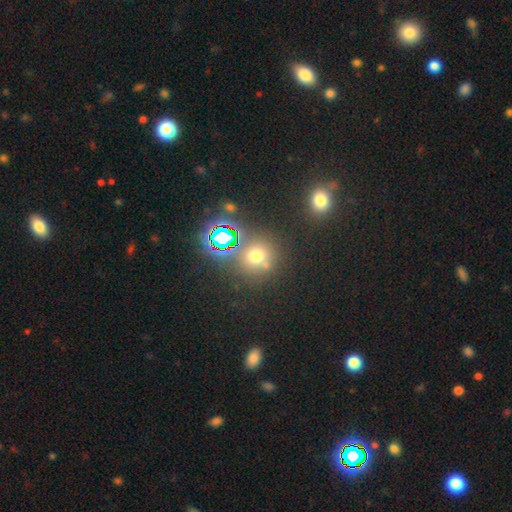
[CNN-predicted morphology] Overall: smooth (58%; star or artifact 33%). How rounded: round (88%). Merging: none (75%).